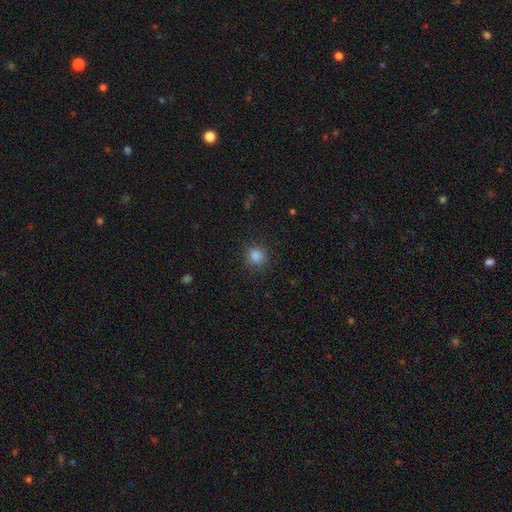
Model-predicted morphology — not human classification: The model was most divided on "smooth or featured": smooth: 83%, star or artifact: 13%, featured or disk: 4%. More confident: how rounded — round (86%); merging — none (85%).